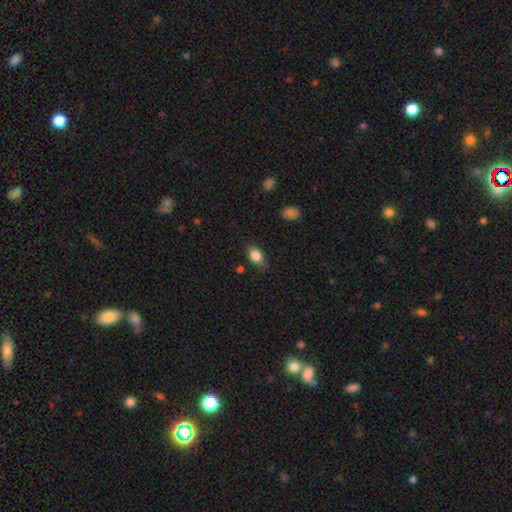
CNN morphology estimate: A smooth galaxy with no disk features (84%) that is in between round and cigar-shaped (82%).

Vote fractions:
- Smooth or featured? smooth: 84% / star or artifact: 8% / featured or disk: 7%
- How rounded? in between: 82% / round: 16% / cigar-shaped: 2%
- Merging? none: 75% / minor disturbance: 19% / major disturbance: 4% / merger: 2%